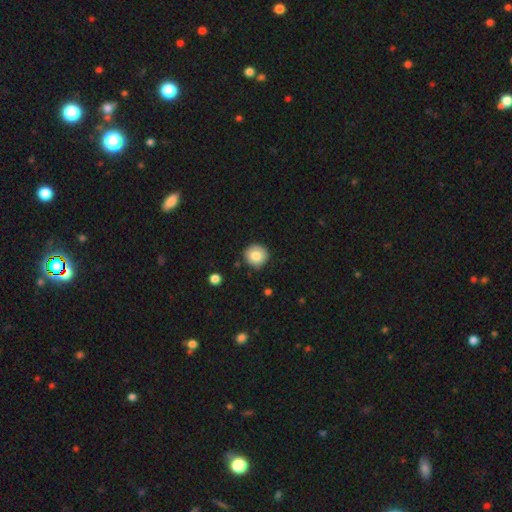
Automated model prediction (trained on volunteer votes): Smooth or featured: smooth — 81% (featured or disk — 10%)
How rounded: round — 93% (in between — 6%)
Merging: none — 87% (minor disturbance — 9%)